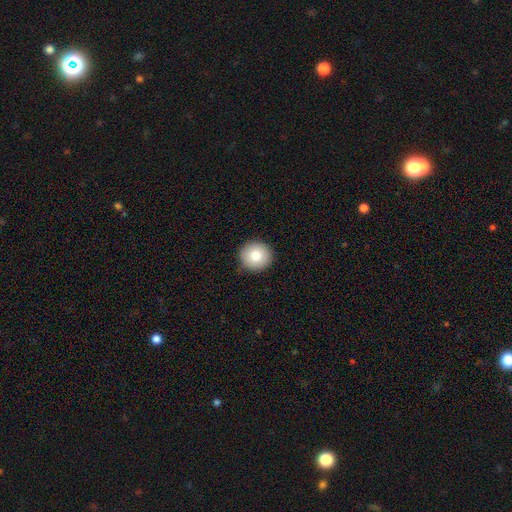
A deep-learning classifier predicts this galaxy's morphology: Overall: smooth (80%). How rounded: round (94%). Merging: none (91%).